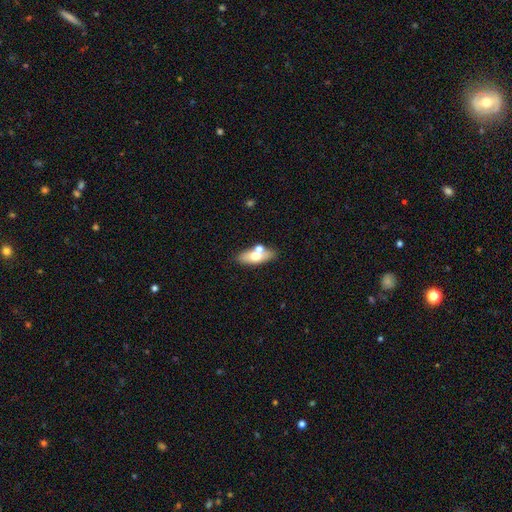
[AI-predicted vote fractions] smooth-or-featured: smooth: 61% | featured or disk: 32% | star or artifact: 7%
  how-rounded: in between: 74% | cigar-shaped: 20% | round: 6%
  merging: none: 64% | merger: 21% | minor disturbance: 11% | major disturbance: 4%